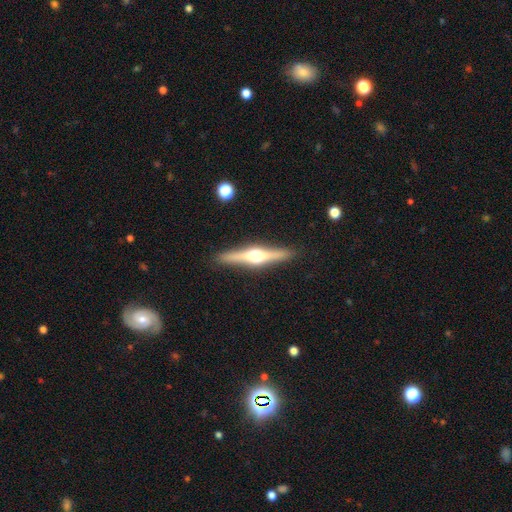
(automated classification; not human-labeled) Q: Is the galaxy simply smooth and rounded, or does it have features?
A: featured or disk — 76%.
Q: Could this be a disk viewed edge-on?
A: yes — 98%.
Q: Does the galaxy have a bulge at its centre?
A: rounded — 96%.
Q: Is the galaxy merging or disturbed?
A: none — 91%.